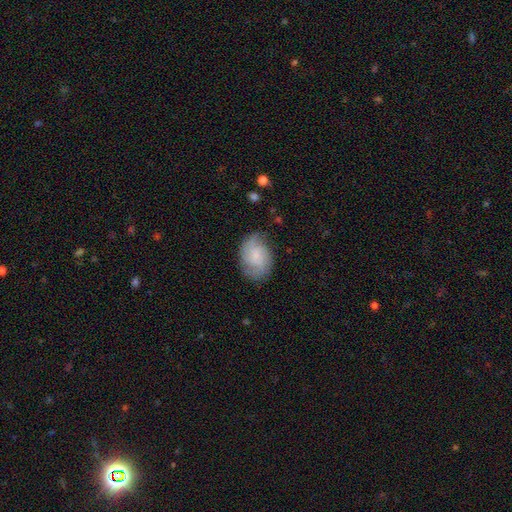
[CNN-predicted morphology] type=featured or disk (59%); edge-on=no (97%); bar=no (65%); spiral arms=yes (92%); winding=medium (44%); arm count=2 (41%); bulge=small (50%); merging=none (70%).